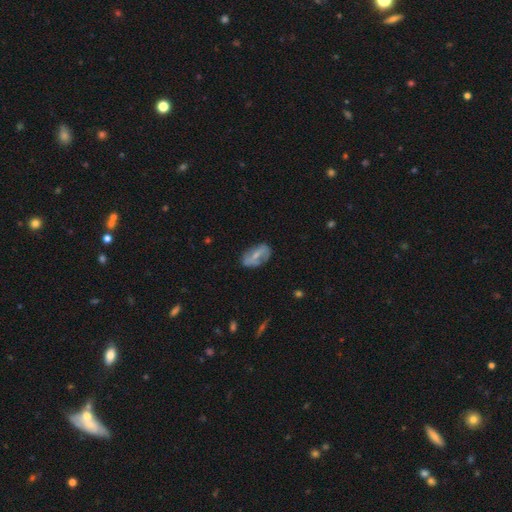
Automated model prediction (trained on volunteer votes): smooth_or_featured: featured or disk (p=0.53) [alt: smooth p=0.40]
disk_edge_on: no (p=0.91) [alt: yes p=0.09]
merging: none (p=0.65) [alt: minor disturbance p=0.24]